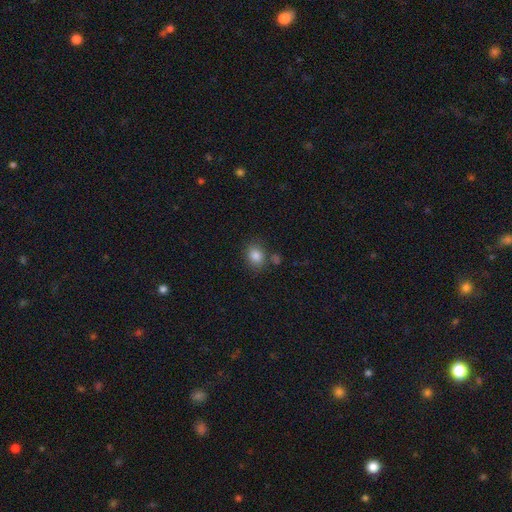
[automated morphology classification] A smooth galaxy with no disk features (83%) that is round (53%). Merging: none (74%).